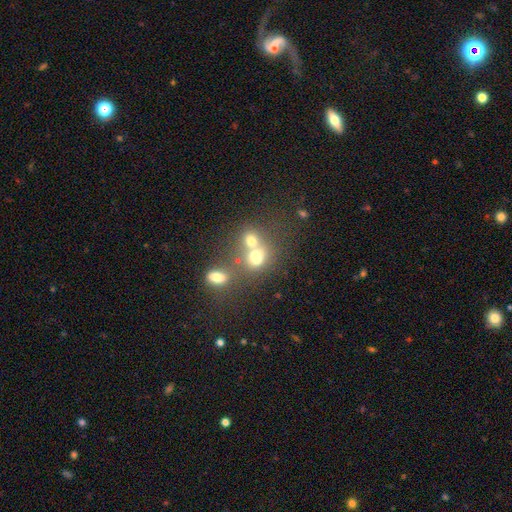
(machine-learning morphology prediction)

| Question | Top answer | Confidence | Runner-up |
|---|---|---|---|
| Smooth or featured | smooth | 65% | featured or disk (18%) |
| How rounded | round | 62% | in between (37%) |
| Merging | merger | 58% | none (30%) |